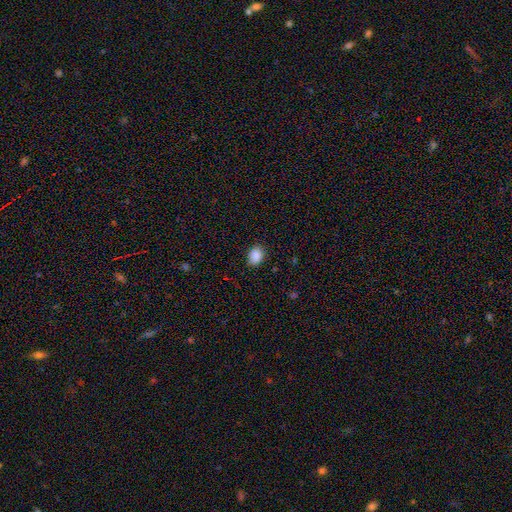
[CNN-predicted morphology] Smooth or featured: smooth — 89% (star or artifact — 8%)
How rounded: in between — 67% (round — 32%)
Merging: none — 84% (minor disturbance — 12%)